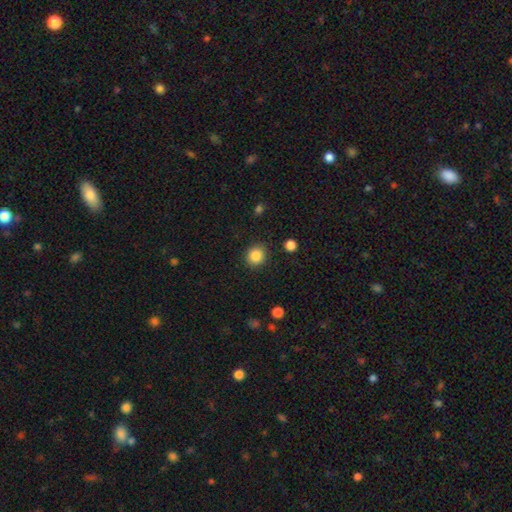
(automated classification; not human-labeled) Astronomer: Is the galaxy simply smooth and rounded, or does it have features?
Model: smooth — 87%.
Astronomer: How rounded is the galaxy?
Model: round — 86%.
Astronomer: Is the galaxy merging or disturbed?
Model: none — 89%.